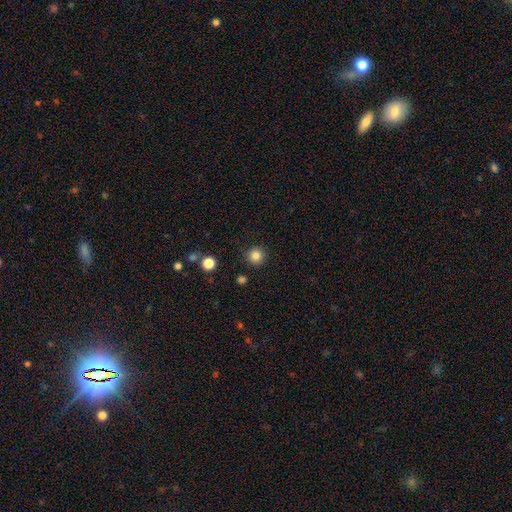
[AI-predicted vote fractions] A smooth galaxy with no disk features (85%) that is round (95%). Merging: none (90%).